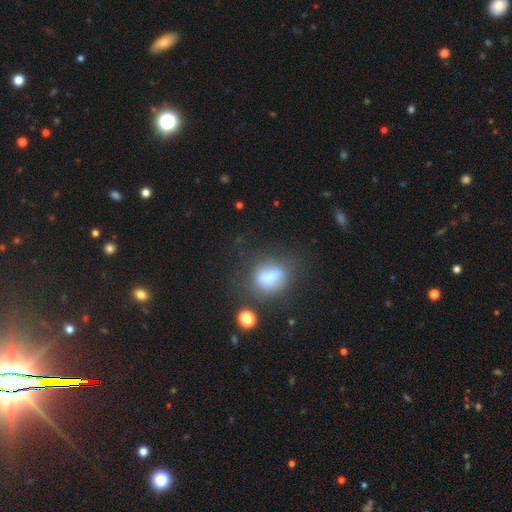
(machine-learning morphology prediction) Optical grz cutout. It shows a smooth galaxy with no disk features (57%) that is round (54%). Merging: none (77%).